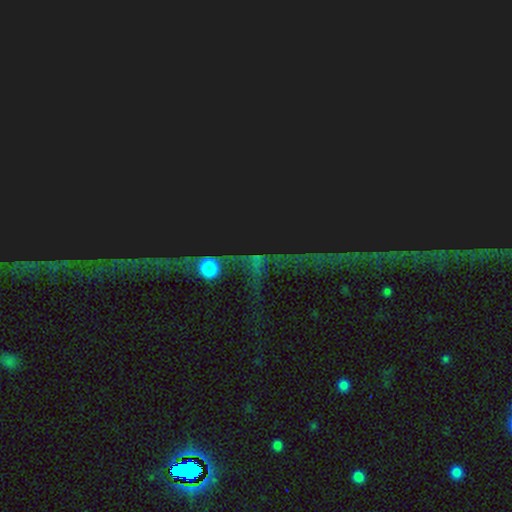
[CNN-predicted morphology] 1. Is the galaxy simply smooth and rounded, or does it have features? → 60% star or artifact, 26% featured or disk, 14% smooth.